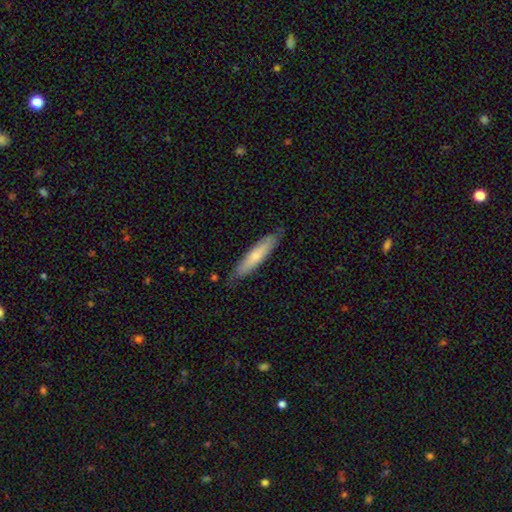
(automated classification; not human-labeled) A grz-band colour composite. It shows a smooth galaxy with no disk features (64%) that is cigar-shaped (84%). Merging: none (81%).